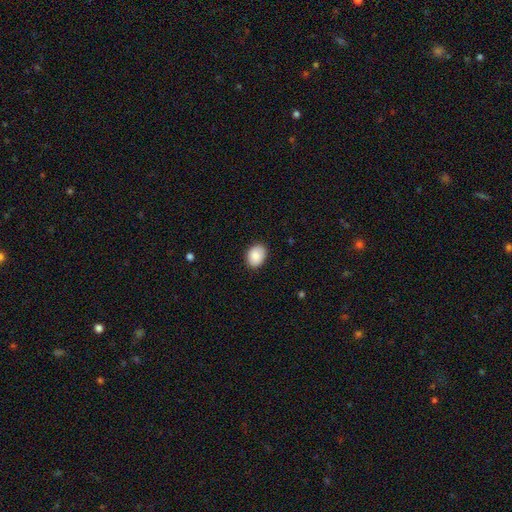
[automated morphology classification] The model was most divided on "how rounded": in between: 68%, round: 31%, cigar-shaped: 1%. More confident: merging — none (87%); smooth or featured — smooth (87%).